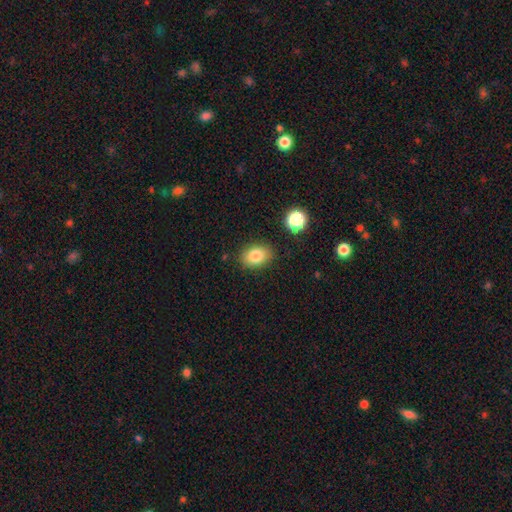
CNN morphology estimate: Smooth or featured? Predicted: smooth (p=0.82). How rounded? Predicted: in between (p=0.73). Merging? Predicted: none (p=0.85).